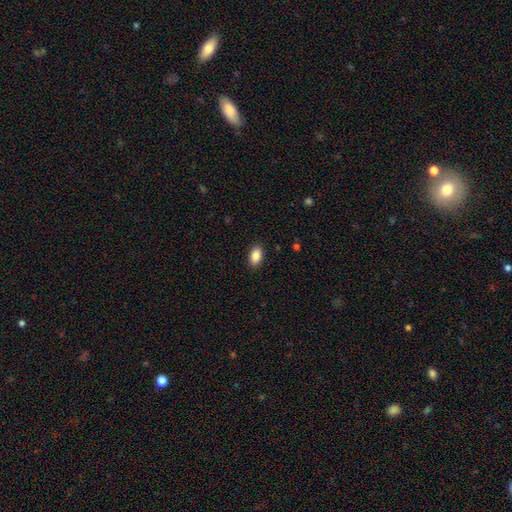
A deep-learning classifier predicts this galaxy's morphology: Smooth or featured: smooth — 88% (star or artifact — 8%)
How rounded: in between — 91% (round — 8%)
Merging: none — 89% (minor disturbance — 8%)